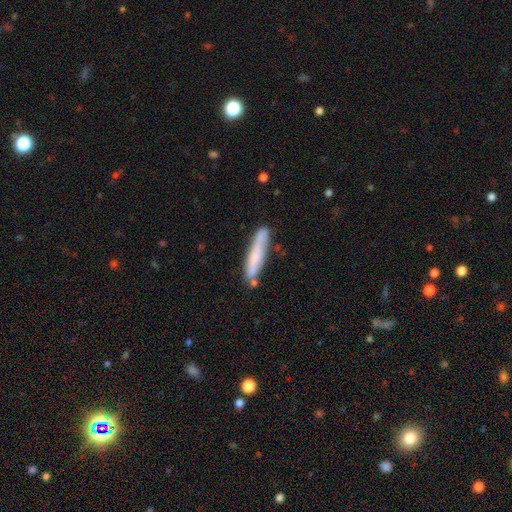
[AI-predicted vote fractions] smooth 64%, featured or disk 30%, star or artifact 6%. Down the decision tree: how rounded — cigar-shaped (90%); merging — none (72%).